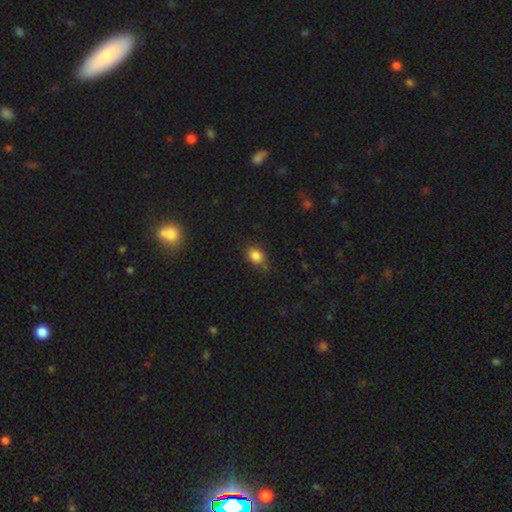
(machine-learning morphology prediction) Smooth or featured?
  - smooth: 84% *
  - star or artifact: 11%
  - featured or disk: 5%
How rounded?
  - in between: 63% *
  - round: 36%
  - cigar-shaped: 1%
Merging?
  - none: 74% *
  - minor disturbance: 20%
  - major disturbance: 4%
  - merger: 2%